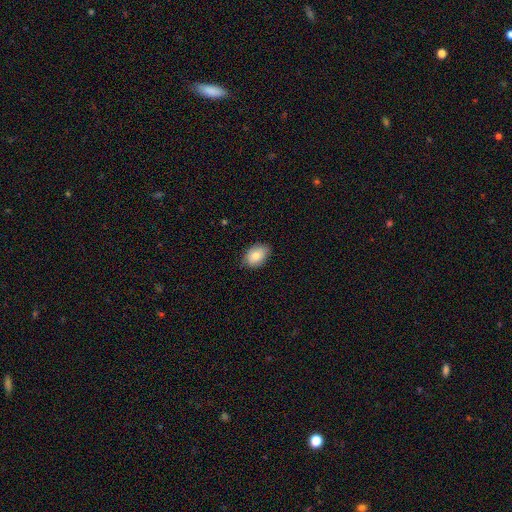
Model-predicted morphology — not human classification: This is likely a smooth galaxy (80%). How rounded: clearly in between (82%). Merging: likely none (79%).